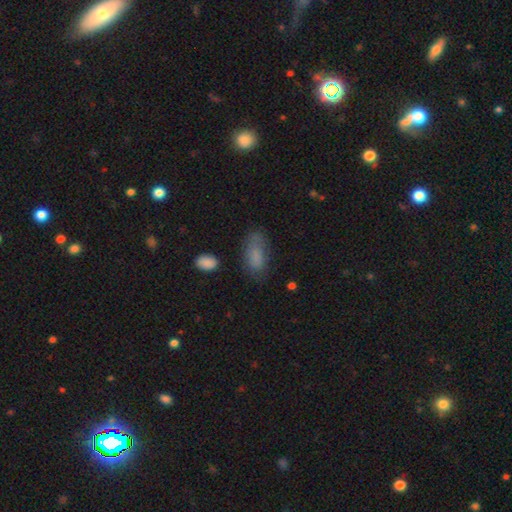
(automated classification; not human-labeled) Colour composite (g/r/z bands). It shows a smooth galaxy with no disk features (78%) that is in between round and cigar-shaped (88%). Merging: none (61%).